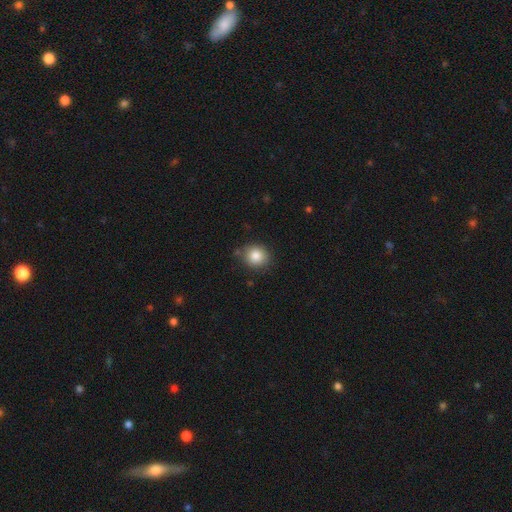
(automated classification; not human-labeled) A smooth galaxy with no disk features (84%) that is round (82%).

Vote fractions:
- Smooth or featured? smooth: 84% / star or artifact: 10% / featured or disk: 6%
- How rounded? round: 82% / in between: 17% / cigar-shaped: 1%
- Merging? none: 82% / minor disturbance: 13% / major disturbance: 3% / merger: 3%